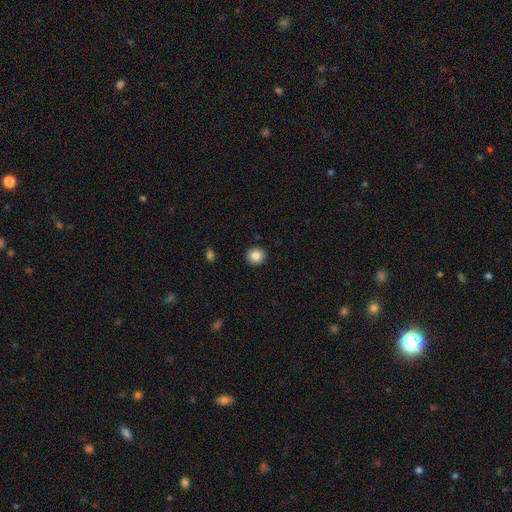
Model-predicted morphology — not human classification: This appears to be a smooth galaxy with no disk features (86%) that is round (89%). Merging: none (92%).